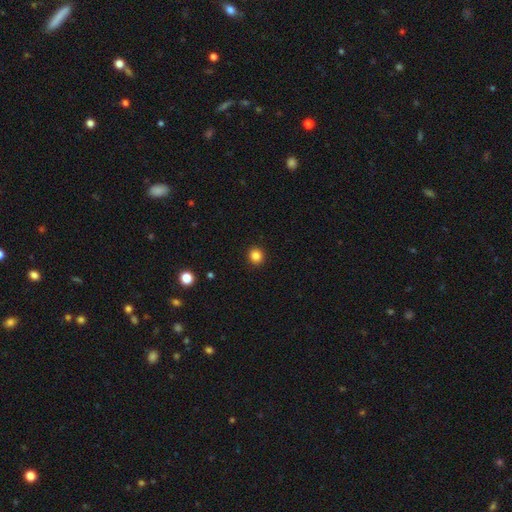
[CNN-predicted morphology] smooth-or-featured: smooth: 85% | star or artifact: 12% | featured or disk: 4%
  how-rounded: round: 92% | in between: 7% | cigar-shaped: 1%
  merging: none: 93% | minor disturbance: 4% | major disturbance: 2% | merger: 1%